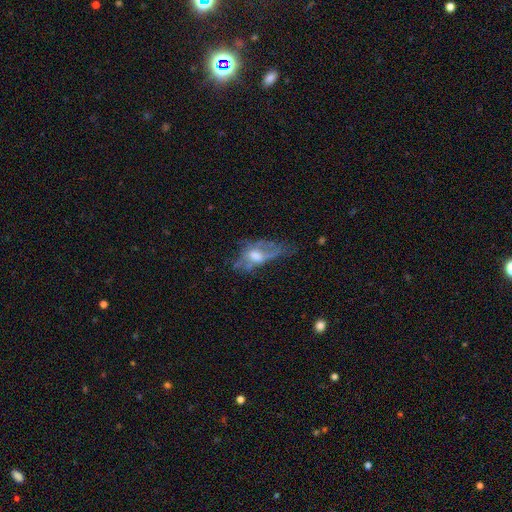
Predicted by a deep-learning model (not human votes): A featured or disk galaxy (56%).

Vote fractions:
- Smooth or featured? featured or disk: 56% / smooth: 33% / star or artifact: 11%
- Edge-on disk? no: 84% / yes: 16%
- Merging? major disturbance: 40% / none: 30% / minor disturbance: 25% / merger: 5%